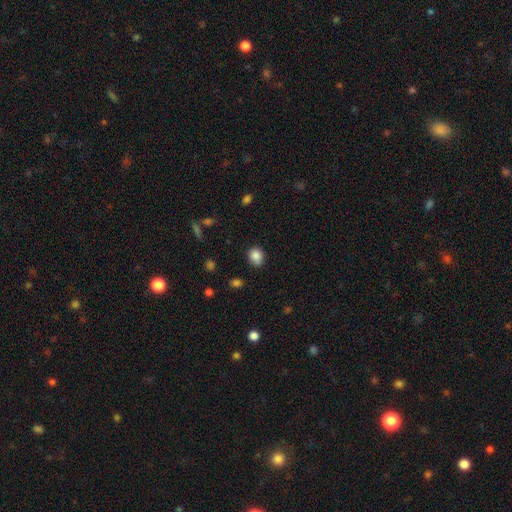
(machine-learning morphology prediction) The model was most divided on "how rounded": round: 57%, in between: 42%, cigar-shaped: 1%. More confident: smooth or featured — smooth (86%); merging — none (75%).